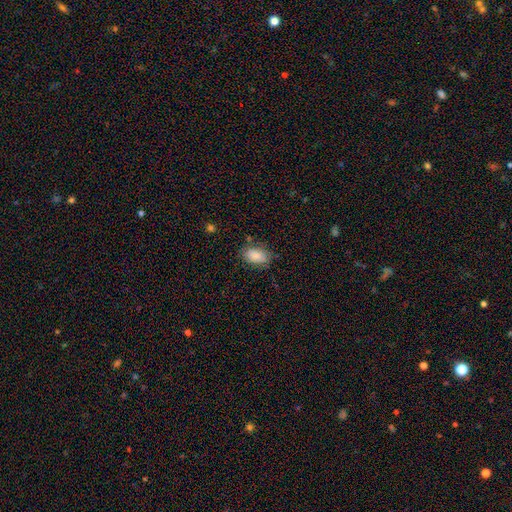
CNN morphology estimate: Q: Smooth or featured?
A: smooth (83%); runner-up: featured or disk (10%)
Q: How rounded?
A: in between (90%); runner-up: round (8%)
Q: Merging?
A: none (75%); runner-up: minor disturbance (18%)